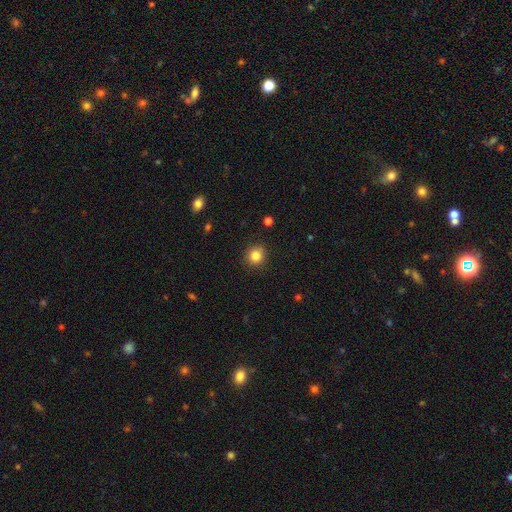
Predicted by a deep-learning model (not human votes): Q: Smooth or featured?
A: smooth (83%); runner-up: star or artifact (11%)
Q: How rounded?
A: round (89%); runner-up: in between (10%)
Q: Merging?
A: none (90%); runner-up: minor disturbance (7%)